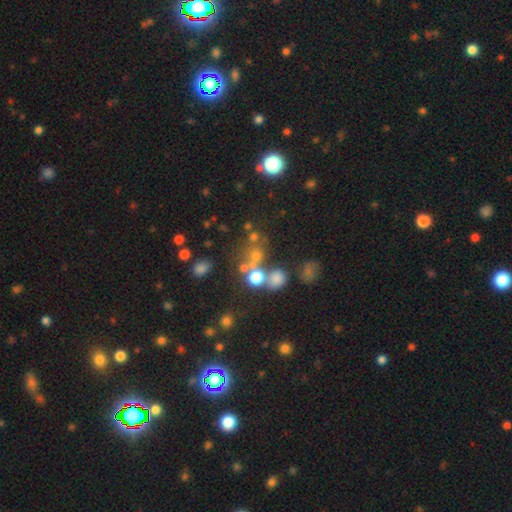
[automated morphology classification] Overall: smooth (57%; star or artifact 29%). How rounded: round (80%). Merging: none (54%; merger 29%).